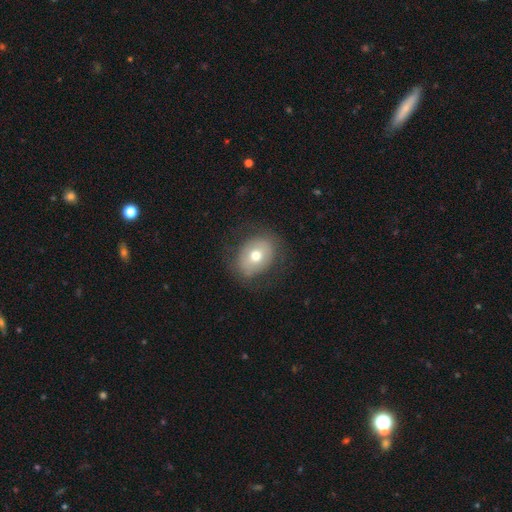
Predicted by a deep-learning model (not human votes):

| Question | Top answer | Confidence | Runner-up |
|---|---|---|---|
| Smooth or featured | smooth | 61% | featured or disk (30%) |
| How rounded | in between | 55% | round (44%) |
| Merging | none | 76% | minor disturbance (15%) |